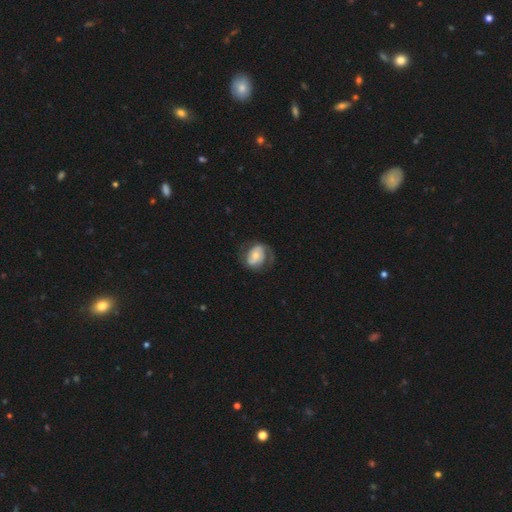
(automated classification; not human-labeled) featured or disk 63%, smooth 31%, star or artifact 7%. Down the decision tree: edge-on disk — no (97%); bar — no (54%); spiral arms — yes (82%); bulge size — moderate (45%); merging — none (55%).